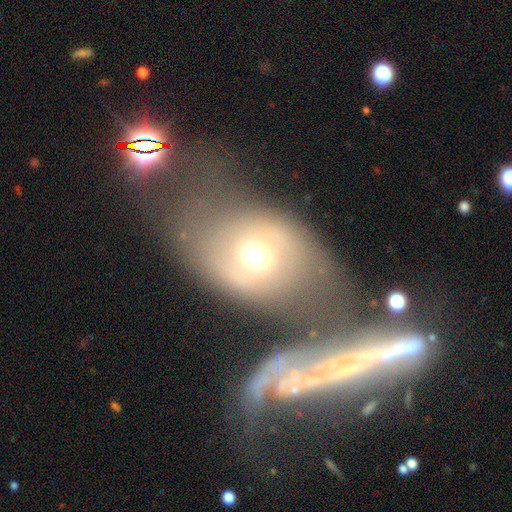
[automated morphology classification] A featured or disk galaxy (52%). Merging: none (40%).